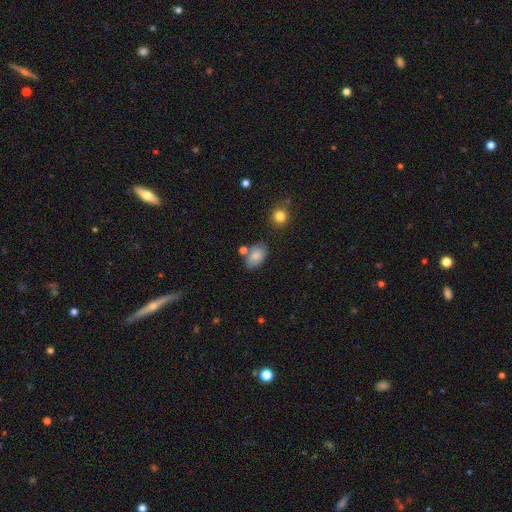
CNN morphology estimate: smooth 81%, featured or disk 10%, star or artifact 8%. Down the decision tree: how rounded — in between (89%); merging — none (65%).